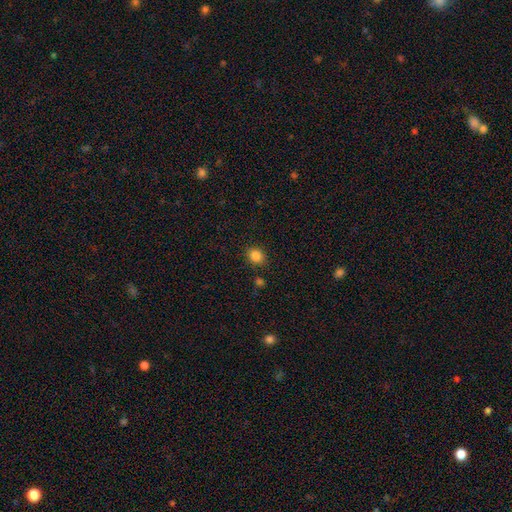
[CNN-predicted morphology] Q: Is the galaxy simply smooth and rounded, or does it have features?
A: smooth — 84%.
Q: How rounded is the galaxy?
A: round — 68%.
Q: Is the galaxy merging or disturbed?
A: none — 84%.